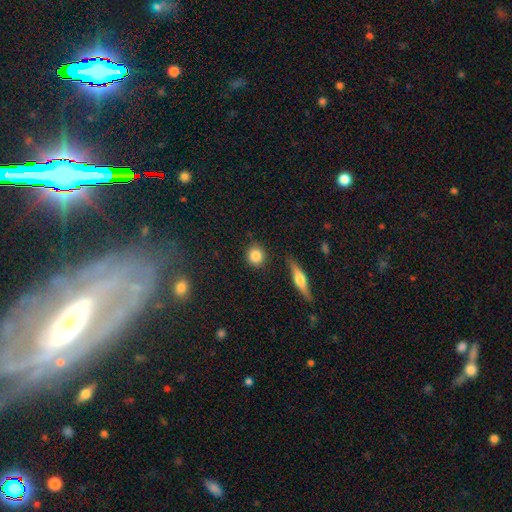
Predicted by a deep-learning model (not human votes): Smooth or featured?
  - smooth: 84% *
  - star or artifact: 8%
  - featured or disk: 8%
How rounded?
  - round: 88% *
  - in between: 10%
  - cigar-shaped: 2%
Merging?
  - none: 86% *
  - minor disturbance: 8%
  - merger: 3%
  - major disturbance: 3%